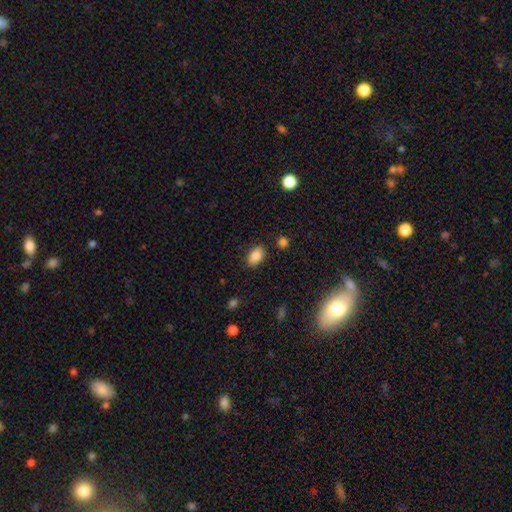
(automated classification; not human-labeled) A smooth galaxy with no disk features (86%) that is in between round and cigar-shaped (88%).

Vote fractions:
- Smooth or featured? smooth: 86% / star or artifact: 8% / featured or disk: 6%
- How rounded? in between: 88% / round: 10% / cigar-shaped: 1%
- Merging? none: 85% / minor disturbance: 10% / major disturbance: 3% / merger: 2%